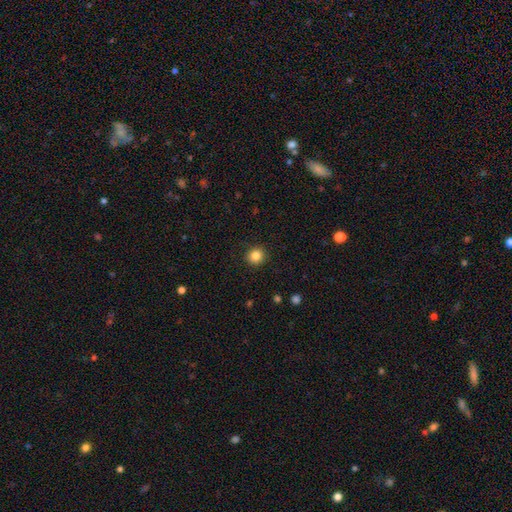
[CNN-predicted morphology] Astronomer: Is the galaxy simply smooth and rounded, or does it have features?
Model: smooth — 84%.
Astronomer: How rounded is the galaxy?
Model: round — 90%.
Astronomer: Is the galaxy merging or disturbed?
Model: none — 92%.